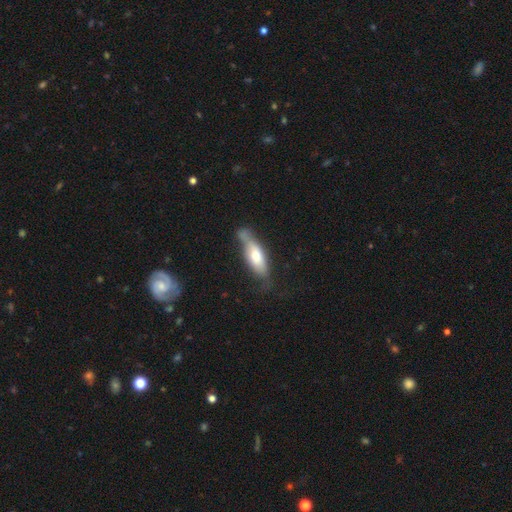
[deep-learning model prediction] Q: Smooth or featured?
A: smooth (57%); runner-up: featured or disk (36%)
Q: How rounded?
A: in between (57%); runner-up: cigar-shaped (41%)
Q: Merging?
A: none (46%); runner-up: minor disturbance (29%)